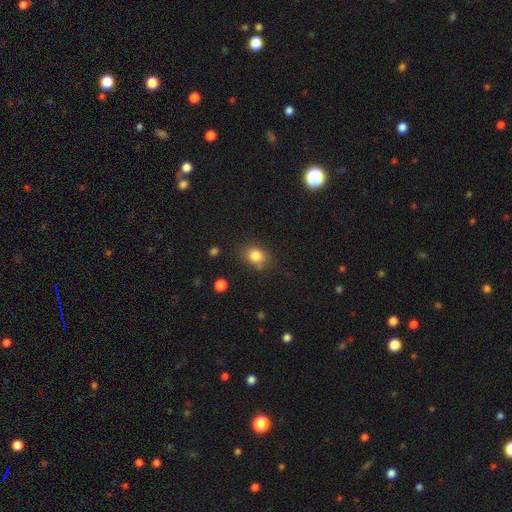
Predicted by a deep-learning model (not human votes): A smooth galaxy with no disk features (82%) that is round (58%).

Vote fractions:
- Smooth or featured? smooth: 82% / star or artifact: 11% / featured or disk: 7%
- How rounded? round: 58% / in between: 41% / cigar-shaped: 1%
- Merging? none: 74% / minor disturbance: 16% / merger: 6% / major disturbance: 5%